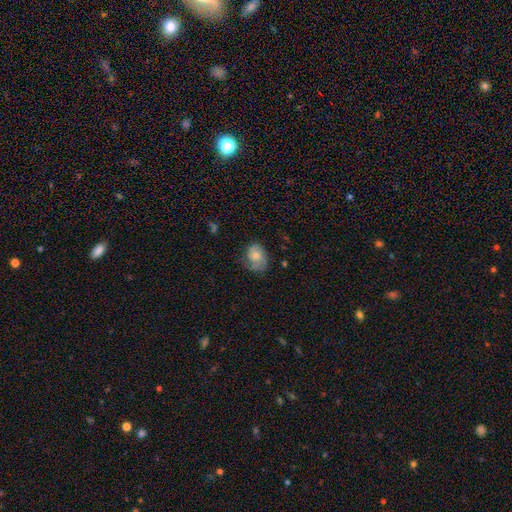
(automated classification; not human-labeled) Smooth or featured? smooth (53%)
How rounded? in between (58%)
Merging? none (55%)